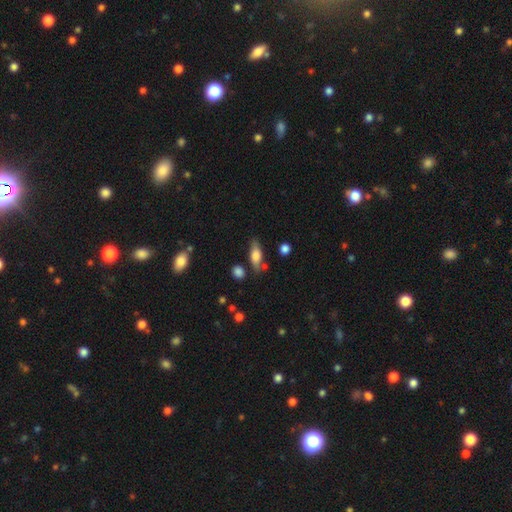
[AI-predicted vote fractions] Smooth or featured?
  - smooth: 68% *
  - featured or disk: 24%
  - star or artifact: 8%
How rounded?
  - in between: 68% *
  - cigar-shaped: 27%
  - round: 5%
Merging?
  - none: 70% *
  - minor disturbance: 19%
  - merger: 6%
  - major disturbance: 5%